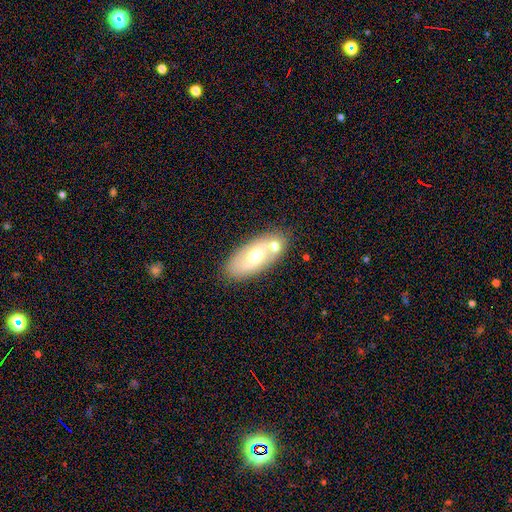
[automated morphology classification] Q: Smooth or featured?
A: featured or disk (50%); runner-up: smooth (42%)
Q: Edge-on disk?
A: no (84%); runner-up: yes (16%)
Q: Merging?
A: none (68%); runner-up: merger (15%)